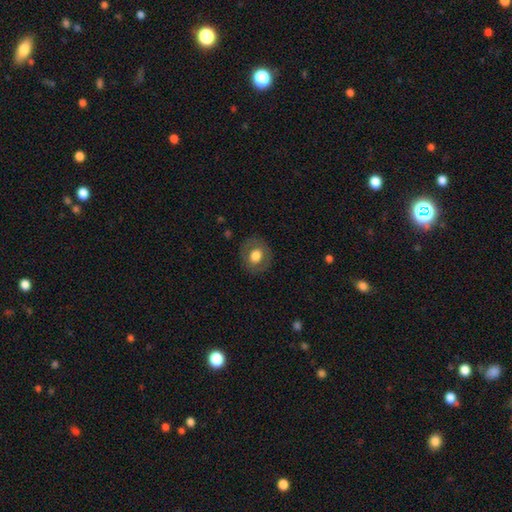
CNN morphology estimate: Smooth or featured? Predicted: smooth (p=0.67). How rounded? Predicted: round (p=0.68). Merging? Predicted: none (p=0.84).